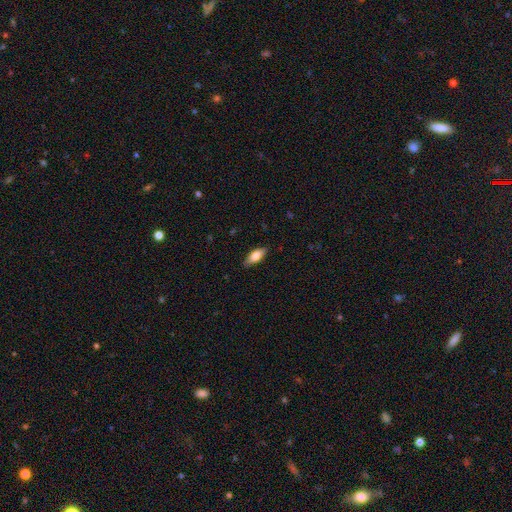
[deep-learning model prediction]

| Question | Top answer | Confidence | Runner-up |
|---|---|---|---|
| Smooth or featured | smooth | 76% | featured or disk (18%) |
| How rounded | in between | 78% | cigar-shaped (19%) |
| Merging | none | 85% | minor disturbance (12%) |